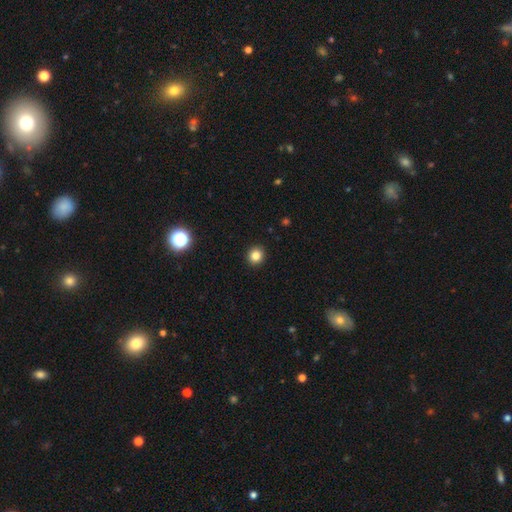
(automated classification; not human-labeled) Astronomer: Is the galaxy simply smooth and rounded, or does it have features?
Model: smooth — 82%.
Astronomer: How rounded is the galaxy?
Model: round — 89%.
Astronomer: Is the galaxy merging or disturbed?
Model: none — 93%.